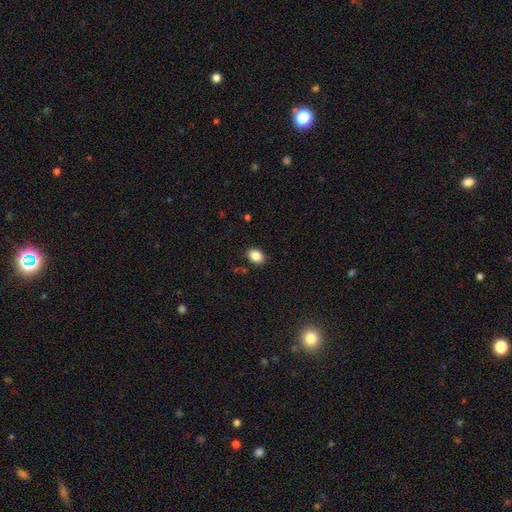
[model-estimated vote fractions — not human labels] This is clearly a smooth galaxy (86%). How rounded: likely in between (69%). Merging: clearly none (87%).